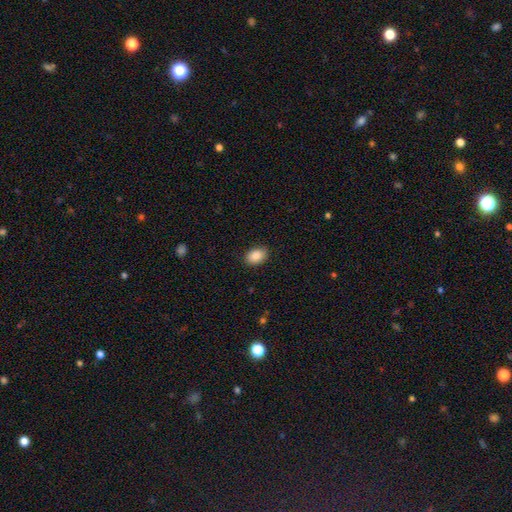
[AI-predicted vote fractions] This is clearly a smooth galaxy (87%). How rounded: clearly in between (82%). Merging: clearly none (88%).